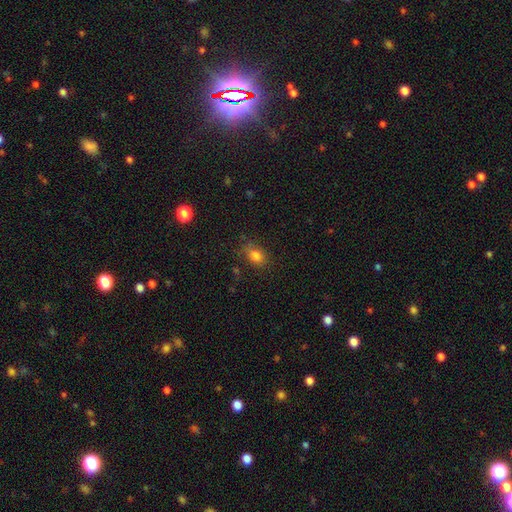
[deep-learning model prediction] Overall: smooth (80%). How rounded: in between (68%; round 31%). Merging: none (74%).